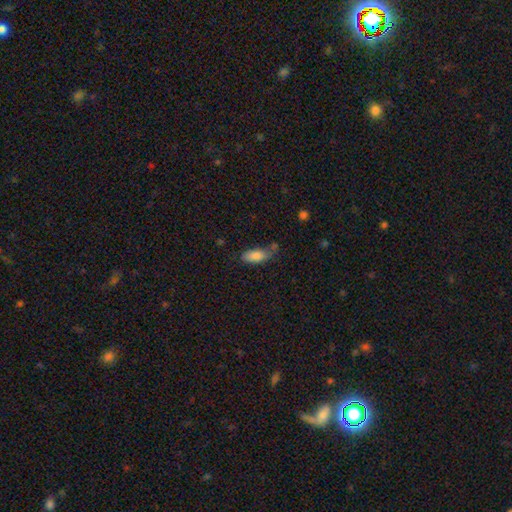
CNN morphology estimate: smooth_or_featured: smooth (p=0.84) [alt: featured or disk p=0.09]
how_rounded: in between (p=0.84) [alt: cigar-shaped p=0.13]
merging: none (p=0.52) [alt: minor disturbance p=0.29]